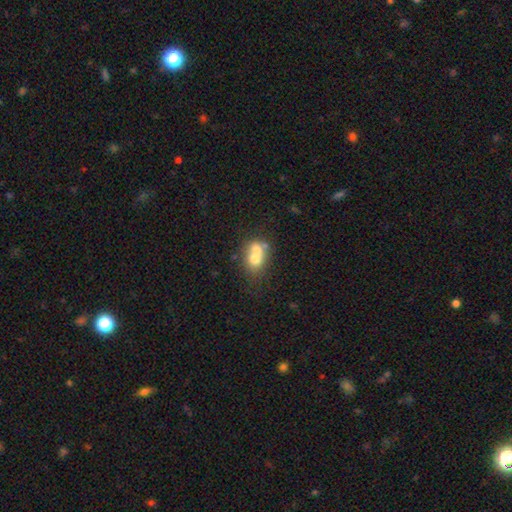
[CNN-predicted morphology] This is likely a smooth galaxy (65%). How rounded: possibly round (58%). Merging: likely merger (63%).